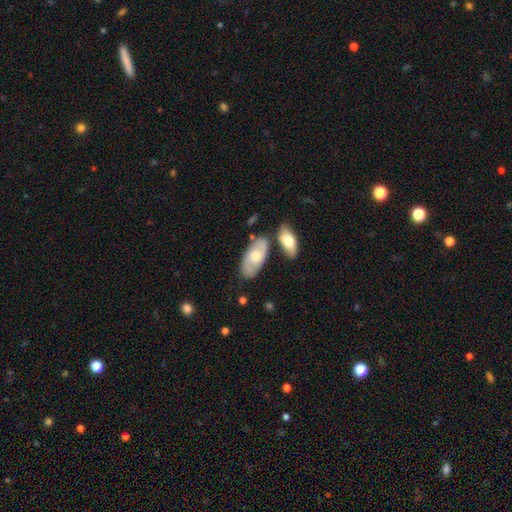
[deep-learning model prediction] Morphology: type=featured or disk (48%); merging=none (69%).